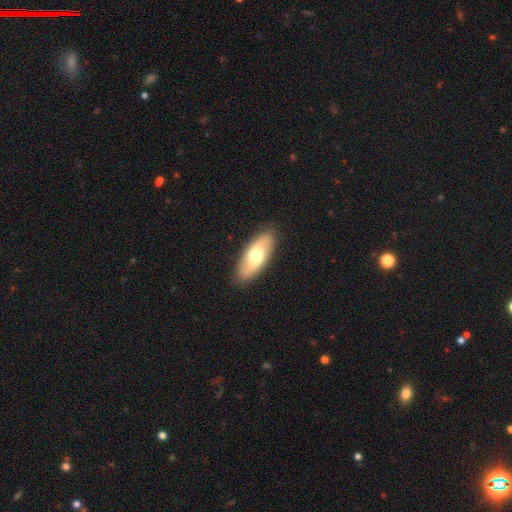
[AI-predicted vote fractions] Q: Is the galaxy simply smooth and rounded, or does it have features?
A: smooth — 63%.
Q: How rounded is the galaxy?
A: in between — 84%.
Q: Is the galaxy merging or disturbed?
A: none — 88%.